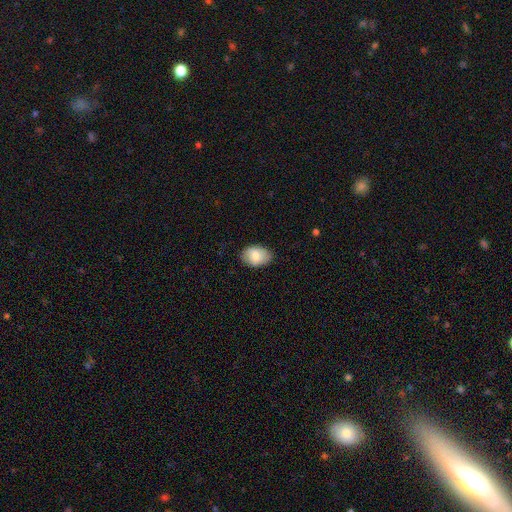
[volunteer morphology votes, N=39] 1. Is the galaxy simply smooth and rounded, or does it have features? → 85% smooth, 13% featured or disk, 3% star or artifact.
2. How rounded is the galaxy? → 91% in between, 9% round, 0% cigar-shaped.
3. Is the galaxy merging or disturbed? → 95% none, 5% minor disturbance, 0% major disturbance, 0% merger.